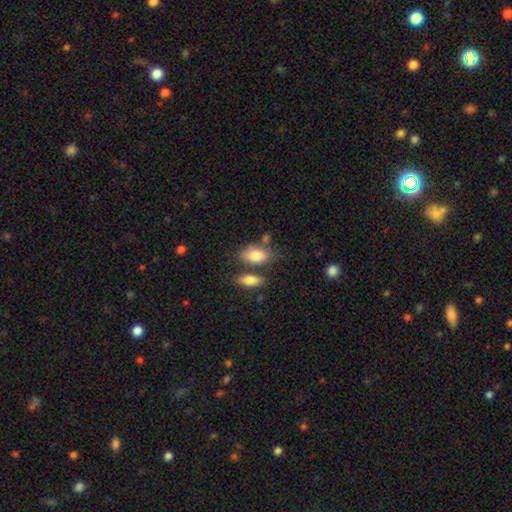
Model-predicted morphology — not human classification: Smooth or featured?
  - smooth: 81% *
  - featured or disk: 13%
  - star or artifact: 7%
How rounded?
  - in between: 89% *
  - round: 6%
  - cigar-shaped: 5%
Merging?
  - none: 56% *
  - merger: 22%
  - minor disturbance: 17%
  - major disturbance: 6%